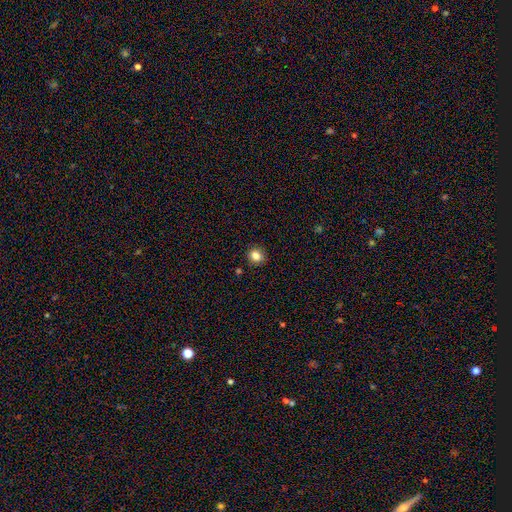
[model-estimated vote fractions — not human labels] The model was most divided on "how rounded": round: 77%, in between: 22%, cigar-shaped: 1%. More confident: merging — none (89%); smooth or featured — smooth (83%).